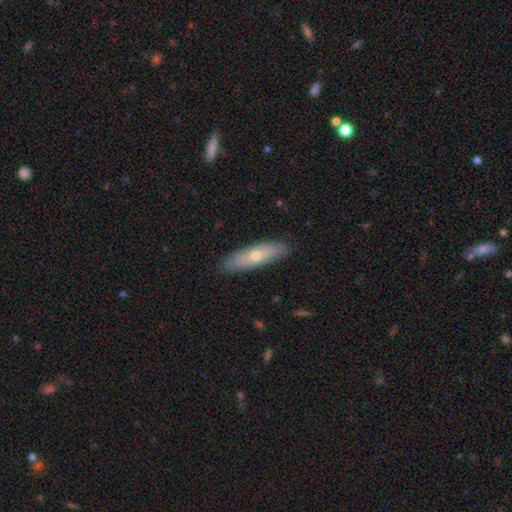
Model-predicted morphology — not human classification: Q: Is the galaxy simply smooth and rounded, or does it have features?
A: smooth — 56%.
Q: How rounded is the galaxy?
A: cigar-shaped — 60%.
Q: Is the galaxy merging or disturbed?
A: none — 87%.